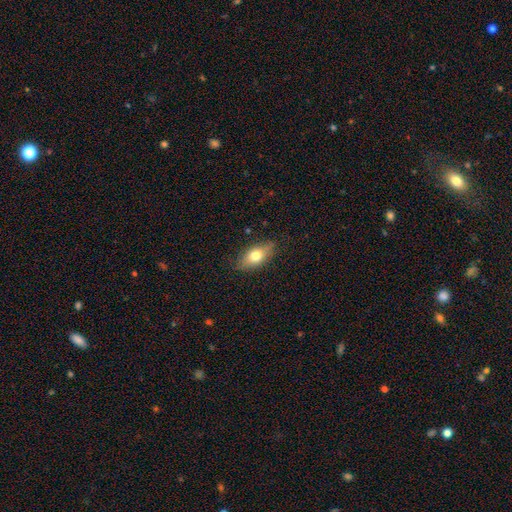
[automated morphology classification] Overall: smooth (69%). How rounded: in between (82%). Merging: none (81%).